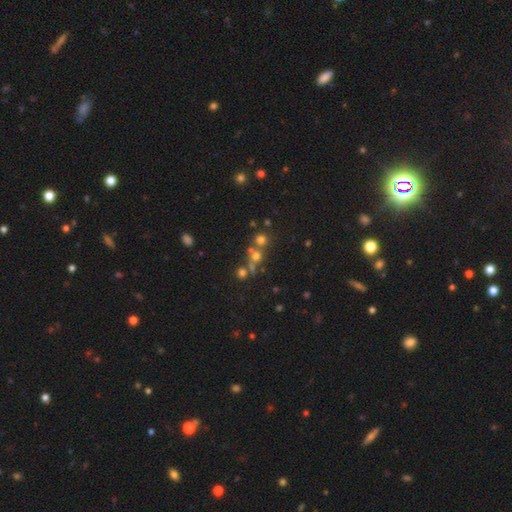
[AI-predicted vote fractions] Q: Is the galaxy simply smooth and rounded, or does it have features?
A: smooth — 57%.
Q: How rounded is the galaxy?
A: round — 88%.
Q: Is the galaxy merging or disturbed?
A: none — 53%.